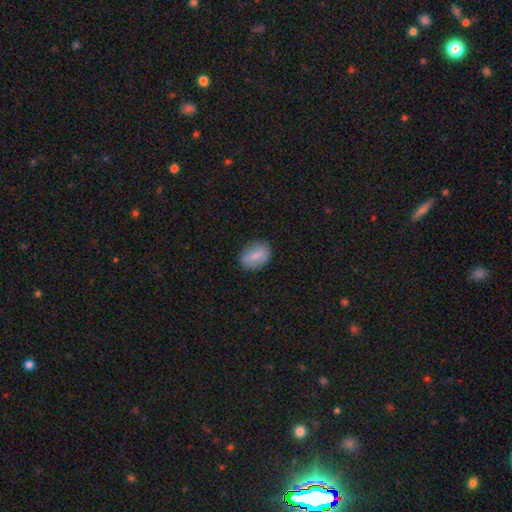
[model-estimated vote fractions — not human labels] This appears to be a smooth galaxy with no disk features (79%) that is in between round and cigar-shaped (80%). Merging: none (81%).